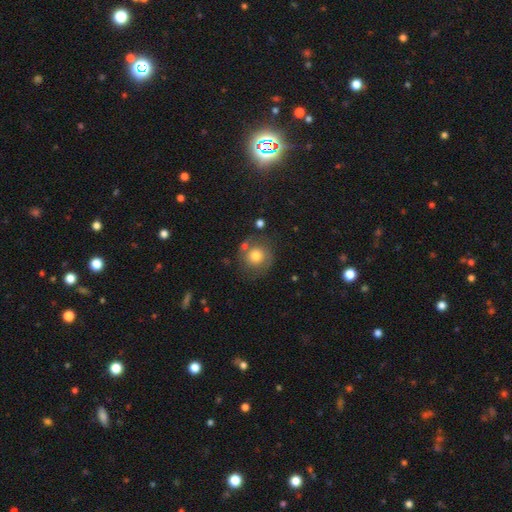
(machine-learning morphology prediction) Smooth or featured? Predicted: smooth (p=0.50). Merging? Predicted: none (p=0.69).